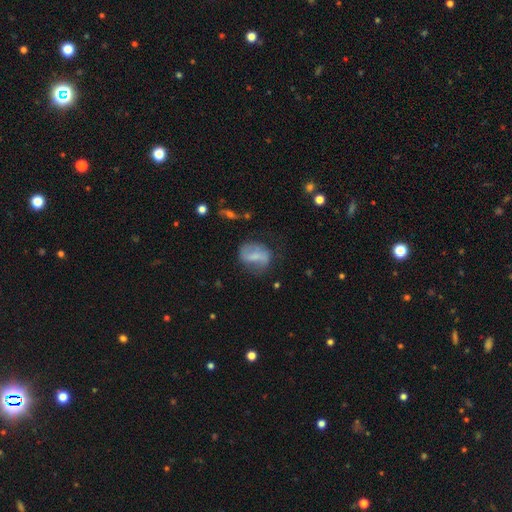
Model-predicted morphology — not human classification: Smooth or featured? Predicted: featured or disk (p=0.48). Merging? Predicted: none (p=0.61).